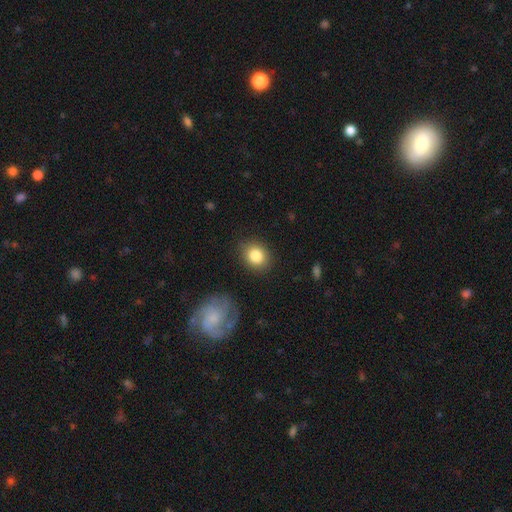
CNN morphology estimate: smooth-or-featured: smooth: 84% | star or artifact: 9% | featured or disk: 7%
  how-rounded: round: 62% | in between: 37% | cigar-shaped: 1%
  merging: none: 85% | minor disturbance: 11% | major disturbance: 3% | merger: 2%